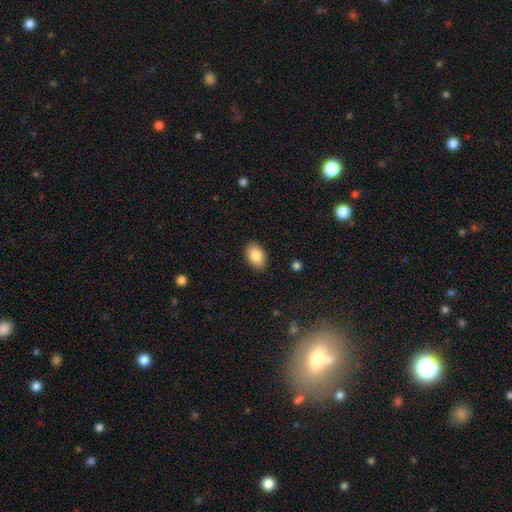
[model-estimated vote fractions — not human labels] Q: Smooth or featured?
A: smooth (85%); runner-up: featured or disk (8%)
Q: How rounded?
A: in between (89%); runner-up: round (10%)
Q: Merging?
A: none (86%); runner-up: minor disturbance (11%)